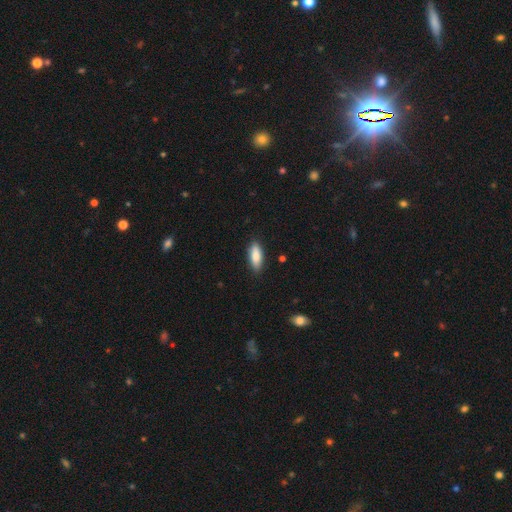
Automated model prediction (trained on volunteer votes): smooth-or-featured: smooth: 85% | featured or disk: 9% | star or artifact: 6%
  how-rounded: in between: 70% | cigar-shaped: 28% | round: 2%
  merging: none: 86% | minor disturbance: 11% | major disturbance: 2% | merger: 1%